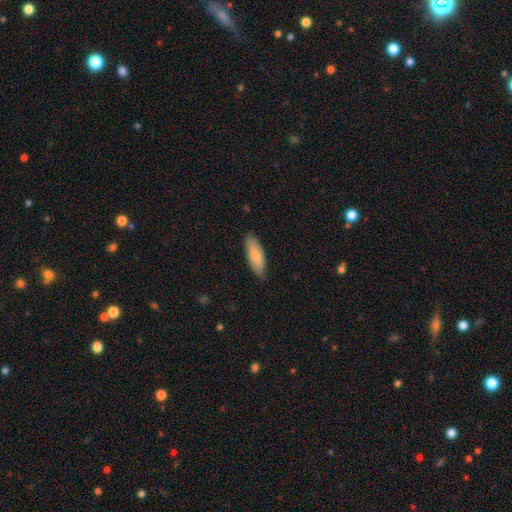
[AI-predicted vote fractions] Overall: smooth (79%). How rounded: in between (64%; cigar-shaped 34%). Merging: none (83%).